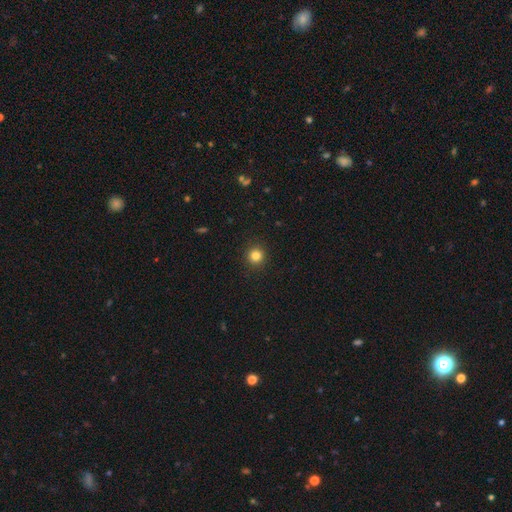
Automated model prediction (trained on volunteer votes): Morphology: type=smooth (83%); roundness=round (94%); merging=none (92%).